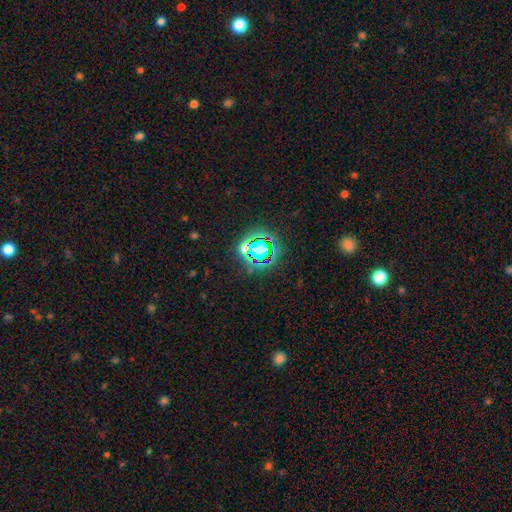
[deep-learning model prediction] This is likely a star or artifact rather than a galaxy (79%).